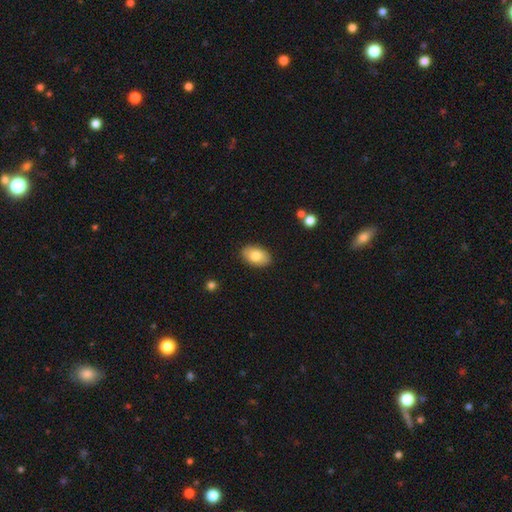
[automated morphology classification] A smooth galaxy with no disk features (79%) that is in between round and cigar-shaped (91%).

Vote fractions:
- Smooth or featured? smooth: 79% / featured or disk: 14% / star or artifact: 7%
- How rounded? in between: 91% / round: 8% / cigar-shaped: 1%
- Merging? none: 88% / minor disturbance: 9% / major disturbance: 2% / merger: 1%